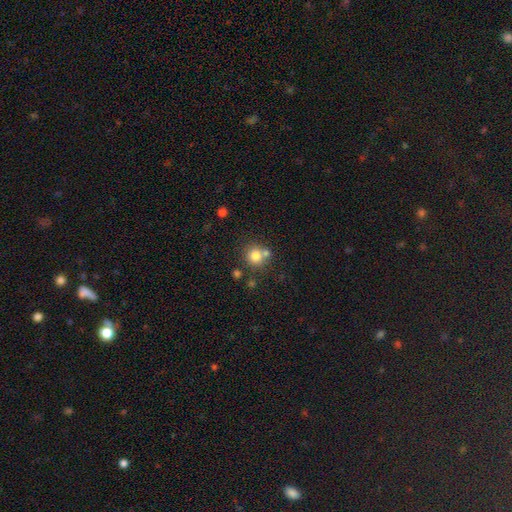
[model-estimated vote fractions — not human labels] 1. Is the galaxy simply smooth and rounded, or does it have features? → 78% smooth, 12% star or artifact, 10% featured or disk.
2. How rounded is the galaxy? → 89% round, 10% in between, 1% cigar-shaped.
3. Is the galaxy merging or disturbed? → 62% none, 26% merger, 9% minor disturbance, 3% major disturbance.